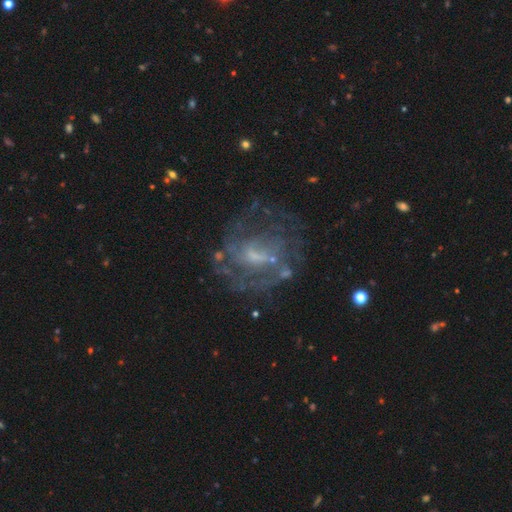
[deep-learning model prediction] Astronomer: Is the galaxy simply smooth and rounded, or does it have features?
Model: featured or disk — 76%.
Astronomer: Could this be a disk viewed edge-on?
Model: no — 97%.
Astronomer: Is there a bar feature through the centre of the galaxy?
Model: weak — 47% (runner-up: no, 40%).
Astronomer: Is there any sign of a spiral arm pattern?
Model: yes — 69%.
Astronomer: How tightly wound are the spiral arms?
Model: medium — 40% (runner-up: tight, 39%).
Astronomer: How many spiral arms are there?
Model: can't tell — 50%.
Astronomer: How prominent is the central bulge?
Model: small — 45% (runner-up: moderate, 28%).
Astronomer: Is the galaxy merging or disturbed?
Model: none — 60%.